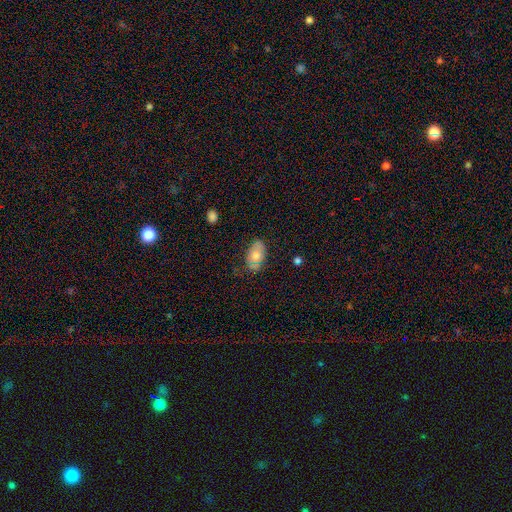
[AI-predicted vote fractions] This appears to be a smooth galaxy with no disk features (64%) that is in between round and cigar-shaped (91%). Merging: none (66%).